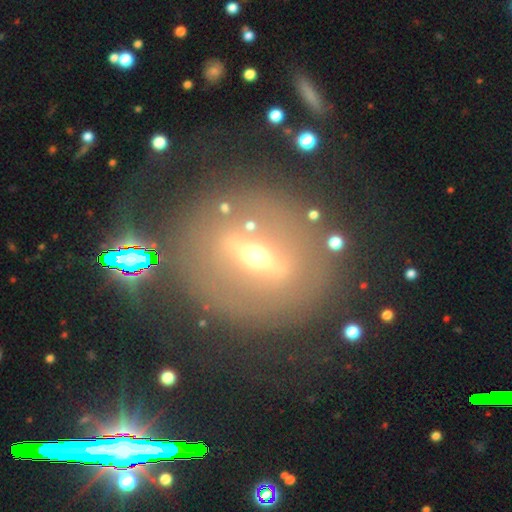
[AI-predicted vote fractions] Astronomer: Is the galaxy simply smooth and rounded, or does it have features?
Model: featured or disk — 64%.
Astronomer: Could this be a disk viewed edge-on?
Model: no — 52% (runner-up: yes, 48%).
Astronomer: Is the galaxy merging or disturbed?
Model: none — 78%.